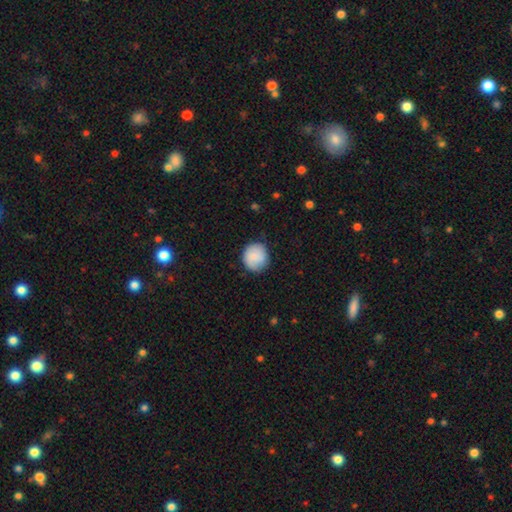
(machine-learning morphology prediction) This is clearly a smooth galaxy (84%). How rounded: clearly round (89%). Merging: clearly none (81%).